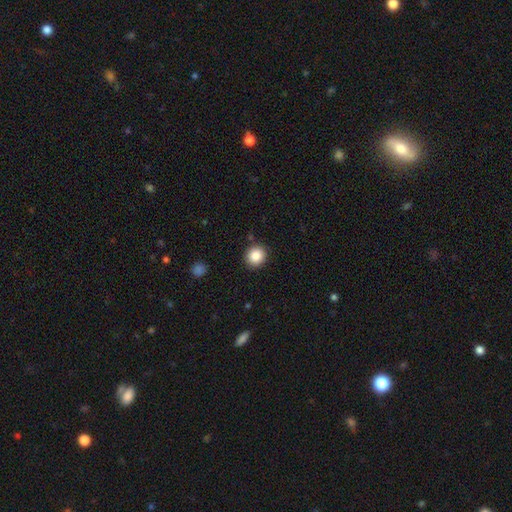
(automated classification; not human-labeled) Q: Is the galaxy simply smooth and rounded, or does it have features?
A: smooth — 86%.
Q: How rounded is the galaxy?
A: round — 90%.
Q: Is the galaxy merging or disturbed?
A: none — 90%.